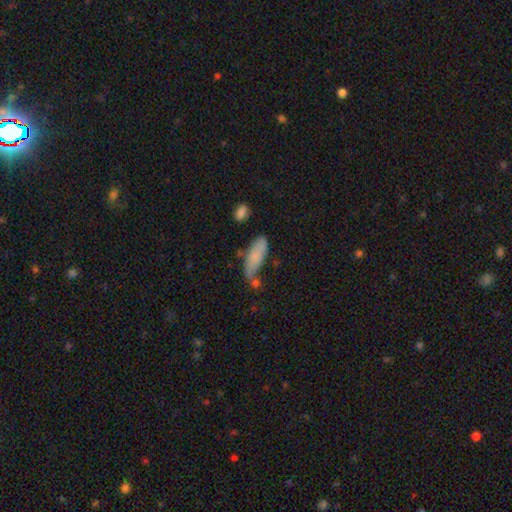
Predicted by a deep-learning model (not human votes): Morphology: type=smooth (77%); roundness=in between (61%); merging=none (50%).